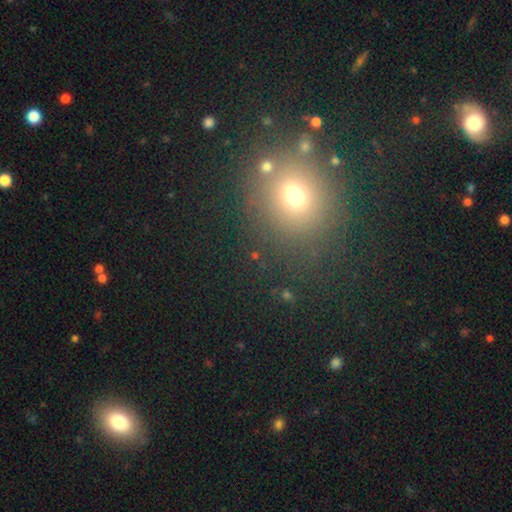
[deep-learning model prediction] This appears to be a smooth galaxy with no disk features (57%) that is round (76%). Merging: none (79%).